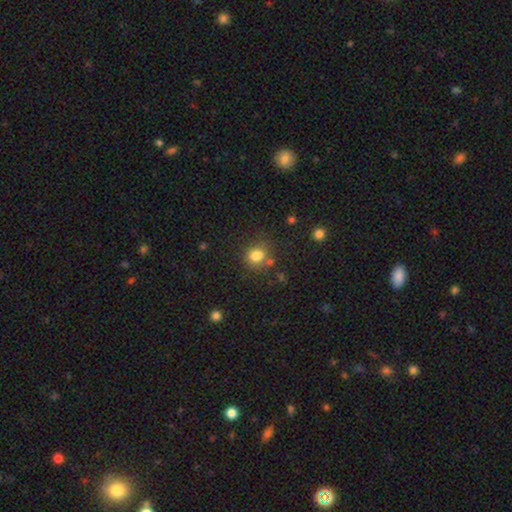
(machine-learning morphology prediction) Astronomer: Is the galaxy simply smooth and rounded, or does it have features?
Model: smooth — 80%.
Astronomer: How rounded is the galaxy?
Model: round — 65%.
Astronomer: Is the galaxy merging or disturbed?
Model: none — 65%.